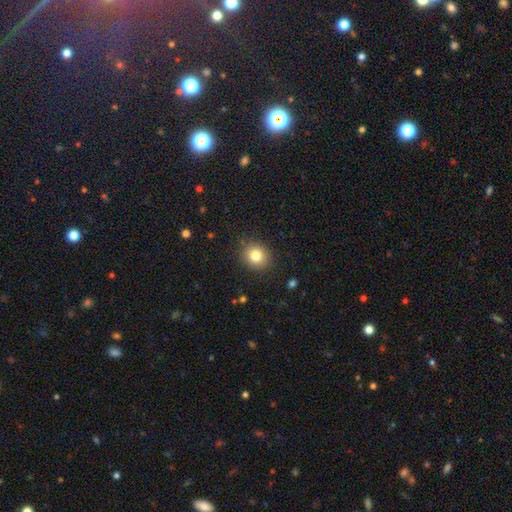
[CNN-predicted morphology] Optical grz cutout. It shows a smooth galaxy with no disk features (82%) that is round (78%). Merging: none (88%).